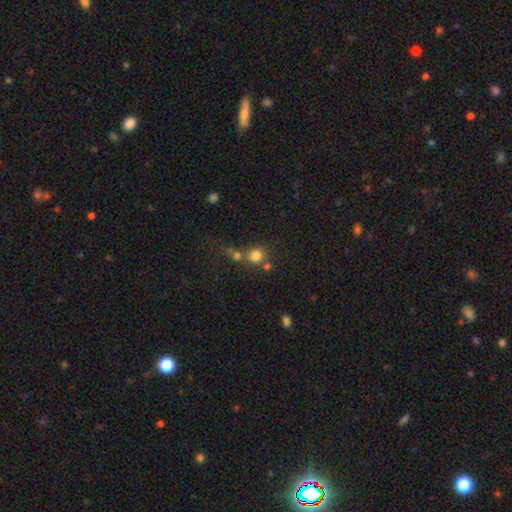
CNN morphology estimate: A smooth galaxy with no disk features (78%) that is round (88%).

Vote fractions:
- Smooth or featured? smooth: 78% / star or artifact: 14% / featured or disk: 8%
- How rounded? round: 88% / in between: 11% / cigar-shaped: 1%
- Merging? none: 55% / merger: 31% / minor disturbance: 9% / major disturbance: 5%